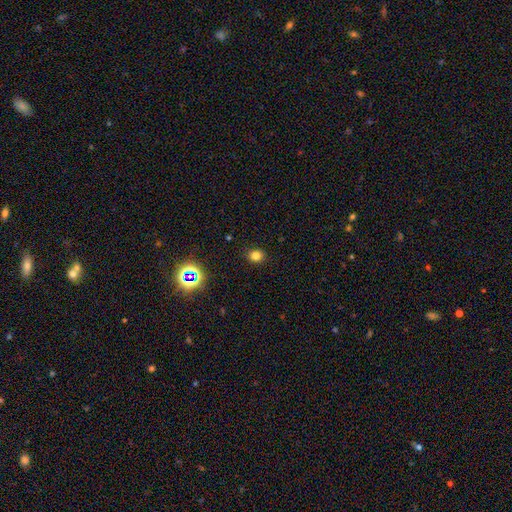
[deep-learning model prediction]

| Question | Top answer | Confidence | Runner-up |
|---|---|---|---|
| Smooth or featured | smooth | 78% | star or artifact (17%) |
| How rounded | round | 72% | in between (27%) |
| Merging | none | 89% | minor disturbance (8%) |